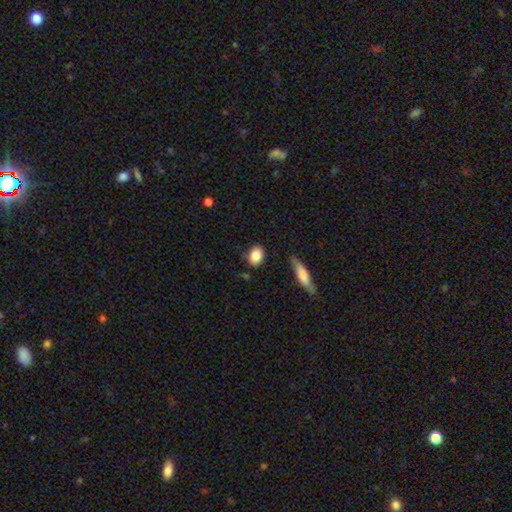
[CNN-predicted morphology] The model was most divided on "how rounded": in between: 59%, round: 38%, cigar-shaped: 3%. More confident: smooth or featured — smooth (84%); merging — none (81%).